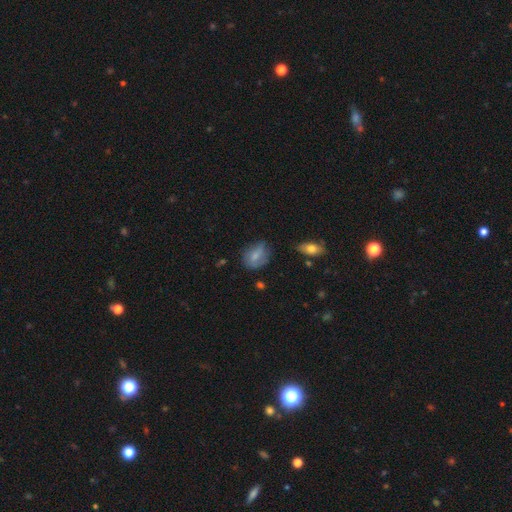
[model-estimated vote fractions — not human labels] smooth 66%, featured or disk 26%, star or artifact 8%. Down the decision tree: how rounded — in between (65%); merging — none (56%).